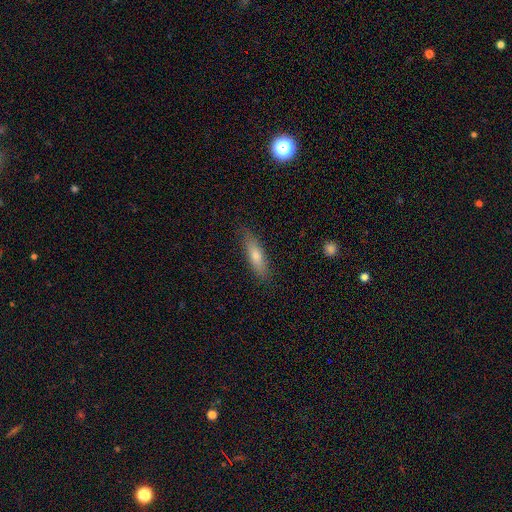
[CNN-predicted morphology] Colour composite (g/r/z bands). It shows a smooth galaxy with no disk features (69%) that is cigar-shaped (70%). Merging: none (85%).